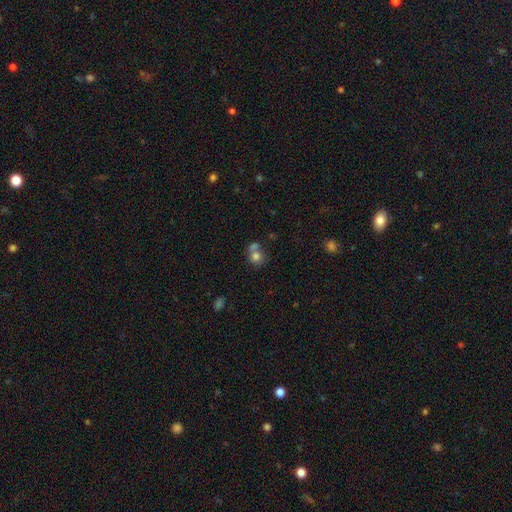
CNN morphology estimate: smooth-or-featured: smooth: 76% | featured or disk: 12% | star or artifact: 11%
  how-rounded: round: 80% | in between: 19% | cigar-shaped: 1%
  merging: merger: 45% | none: 41% | minor disturbance: 9% | major disturbance: 5%